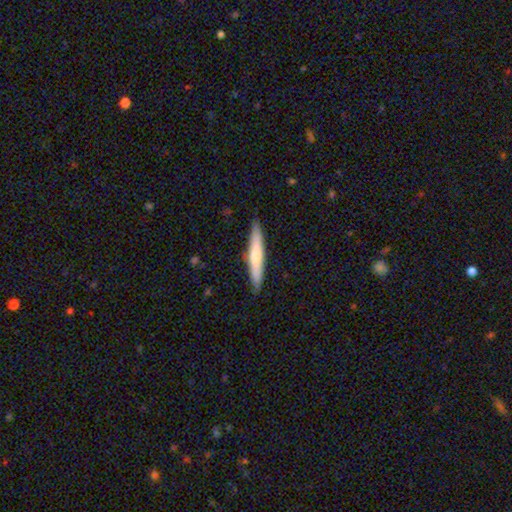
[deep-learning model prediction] Q: Smooth or featured?
A: smooth (59%); runner-up: featured or disk (36%)
Q: How rounded?
A: cigar-shaped (93%); runner-up: in between (6%)
Q: Merging?
A: none (88%); runner-up: minor disturbance (10%)